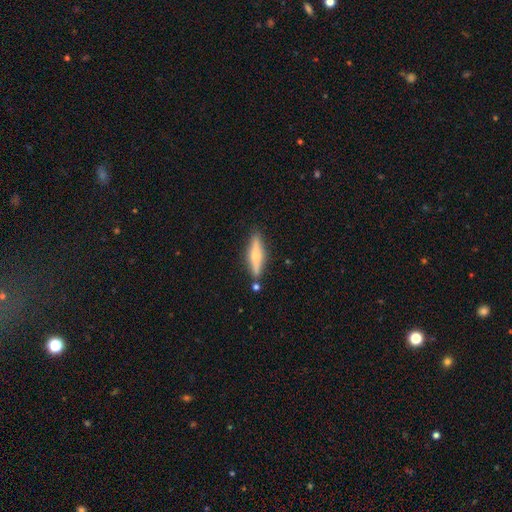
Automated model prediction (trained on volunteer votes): This appears to be a smooth galaxy with no disk features (49%). Merging: none (83%).